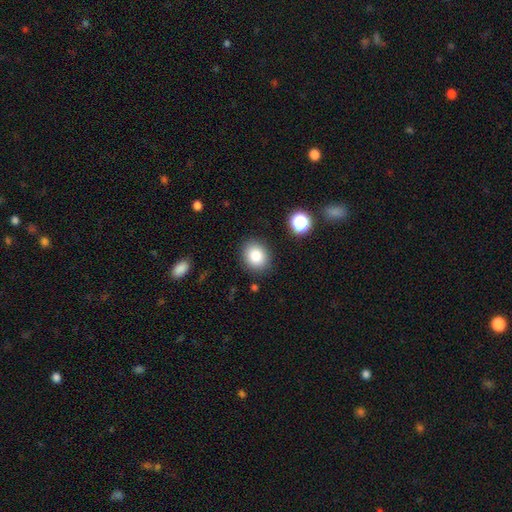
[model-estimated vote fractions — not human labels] The model was most divided on "how rounded": round: 60%, in between: 39%, cigar-shaped: 1%. More confident: merging — none (86%); smooth or featured — smooth (84%).